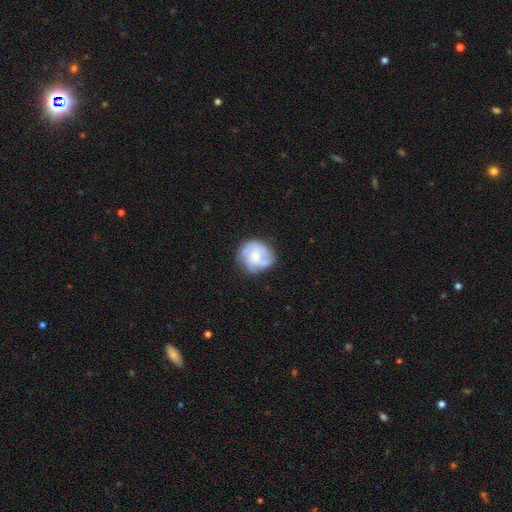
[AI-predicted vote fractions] Morphology: type=featured or disk (59%); edge-on=no (98%); bar=no (76%); spiral arms=yes (79%); bulge=moderate (44%); merging=none (67%).